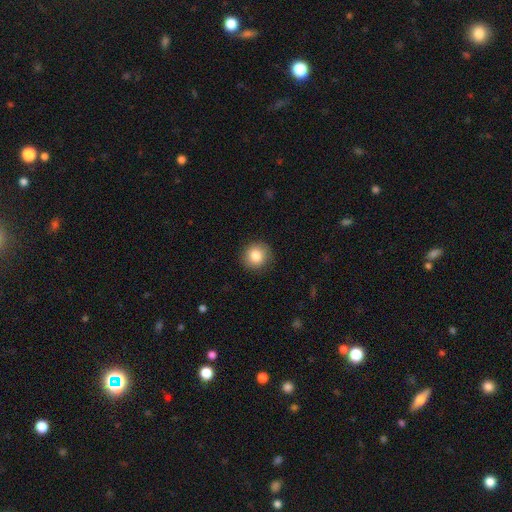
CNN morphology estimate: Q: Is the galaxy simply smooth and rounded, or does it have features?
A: smooth — 83%.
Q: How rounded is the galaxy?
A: round — 91%.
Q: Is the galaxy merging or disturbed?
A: none — 89%.